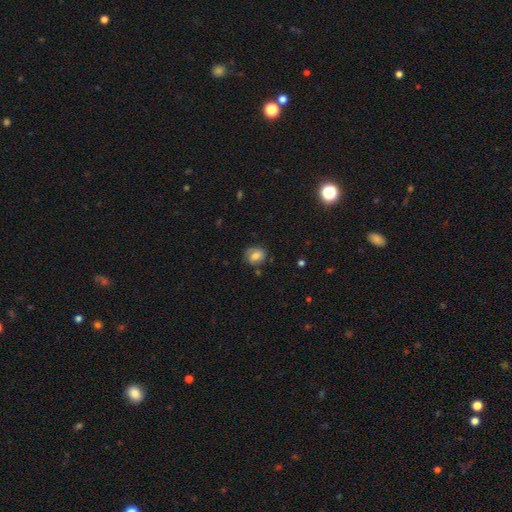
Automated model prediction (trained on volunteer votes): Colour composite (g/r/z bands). It shows a smooth galaxy with no disk features (65%) that is round (53%). Merging: none (69%).